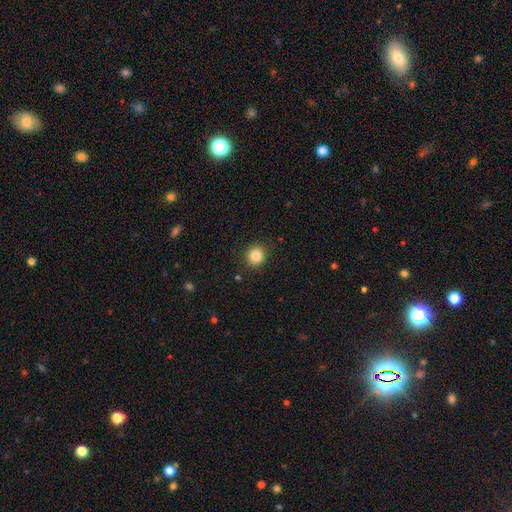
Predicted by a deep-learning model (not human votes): smooth-or-featured: smooth: 84% | star or artifact: 11% | featured or disk: 5%
  how-rounded: round: 88% | in between: 11% | cigar-shaped: 1%
  merging: none: 89% | minor disturbance: 8% | major disturbance: 2% | merger: 1%